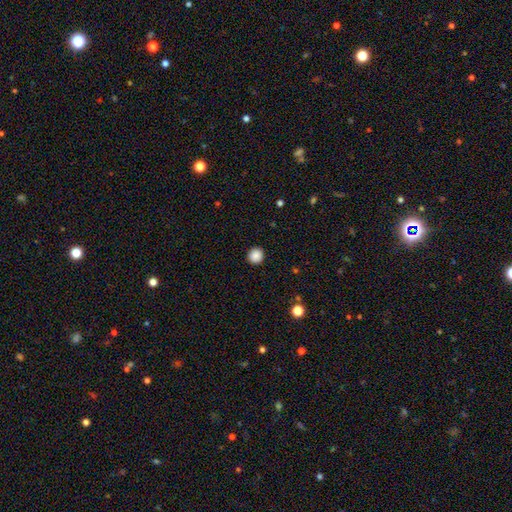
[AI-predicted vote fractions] smooth 88%, star or artifact 10%, featured or disk 3%. Down the decision tree: how rounded — round (94%); merging — none (93%).